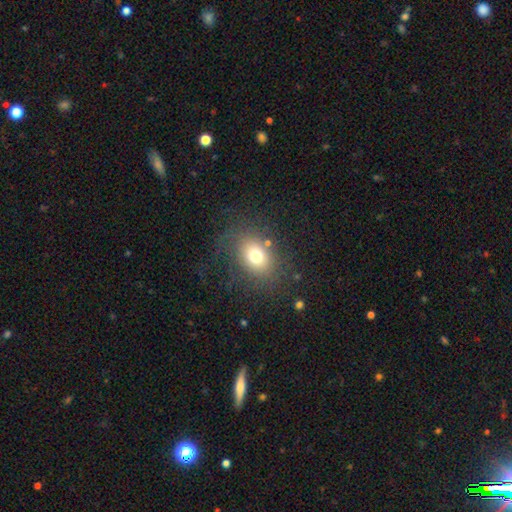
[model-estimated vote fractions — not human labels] Overall: smooth (71%). How rounded: in between (55%; round 44%). Merging: none (75%).